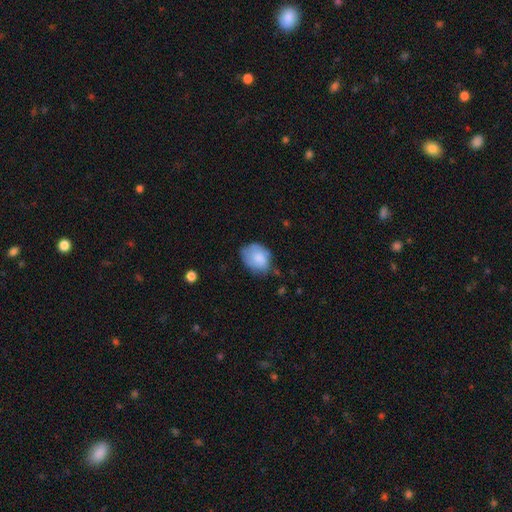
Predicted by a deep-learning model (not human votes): smooth 77%, featured or disk 16%, star or artifact 7%. Down the decision tree: how rounded — in between (62%); merging — none (56%).